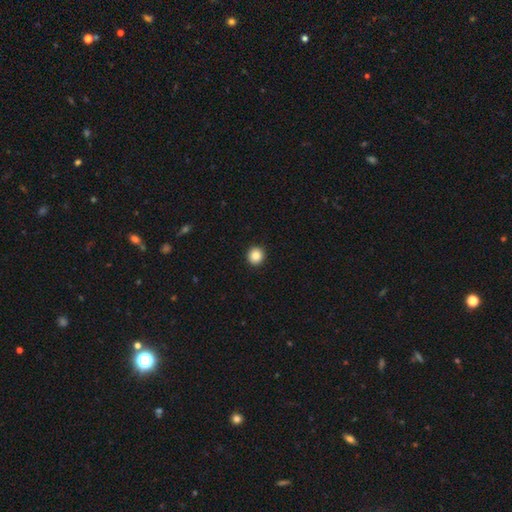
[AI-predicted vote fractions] The model was most divided on "smooth or featured": smooth: 87%, star or artifact: 9%, featured or disk: 4%. More confident: merging — none (93%); how rounded — round (92%).